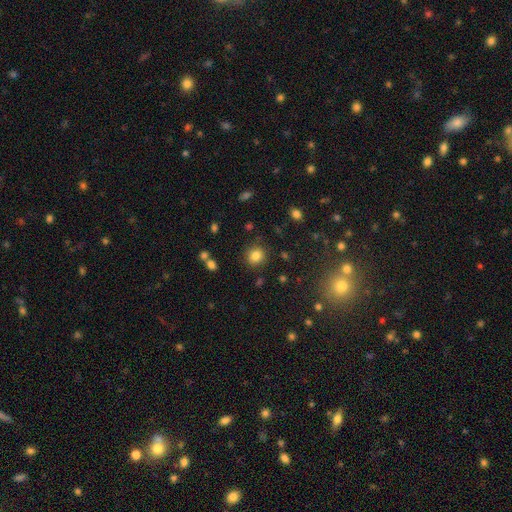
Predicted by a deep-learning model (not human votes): Smooth or featured? Predicted: smooth (p=0.83). How rounded? Predicted: round (p=0.85). Merging? Predicted: none (p=0.86).